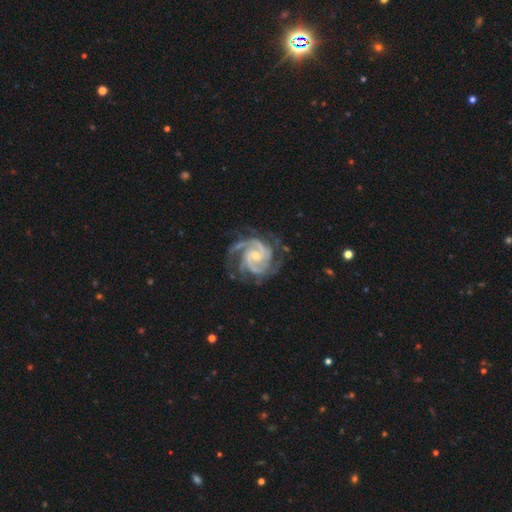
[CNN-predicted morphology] Smooth or featured? Predicted: featured or disk (p=0.94). Edge-on disk? Predicted: no (p=0.98). Bar? Predicted: no (p=0.60). Spiral arms? Predicted: yes (p=0.99). Spiral winding? Predicted: tight (p=0.57). Spiral arm count? Predicted: 3 (p=0.44). Bulge size? Predicted: small (p=0.64). Merging? Predicted: none (p=0.71).